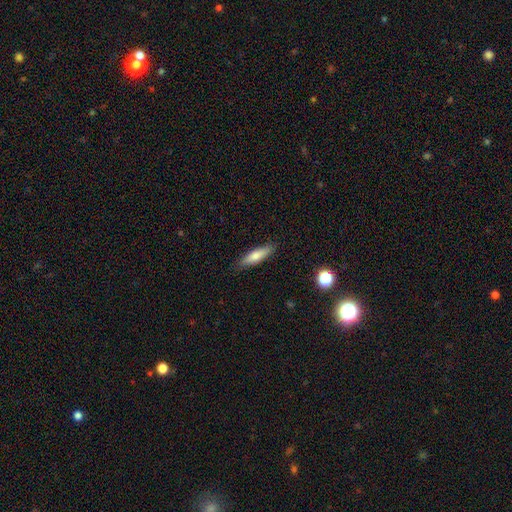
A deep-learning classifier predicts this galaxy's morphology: Smooth or featured? smooth (71%)
How rounded? cigar-shaped (70%)
Merging? none (87%)